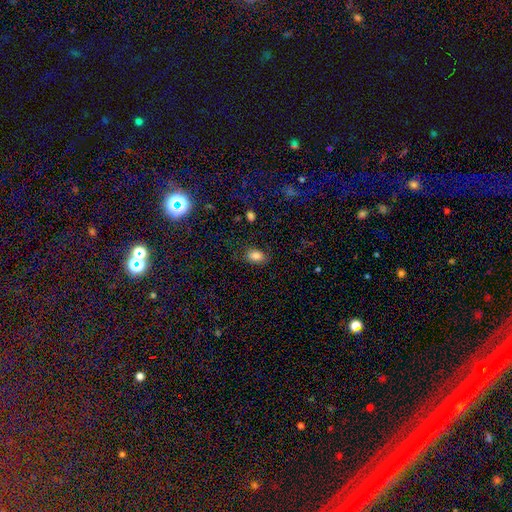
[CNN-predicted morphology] smooth 84%, star or artifact 10%, featured or disk 6%. Down the decision tree: how rounded — in between (87%); merging — none (80%).